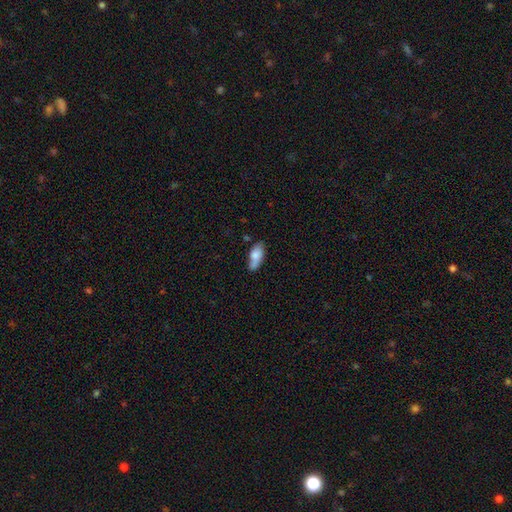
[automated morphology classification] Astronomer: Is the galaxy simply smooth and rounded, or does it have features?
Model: smooth — 76%.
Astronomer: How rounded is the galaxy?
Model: in between — 81%.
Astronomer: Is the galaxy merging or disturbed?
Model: none — 62%.